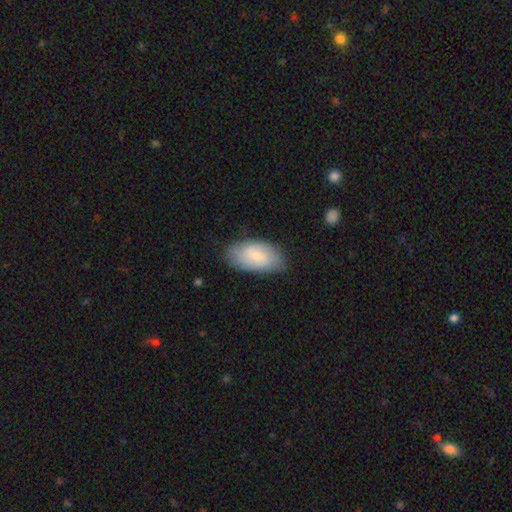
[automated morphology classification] A smooth galaxy with no disk features (71%) that is in between round and cigar-shaped (94%). Merging: none (77%).